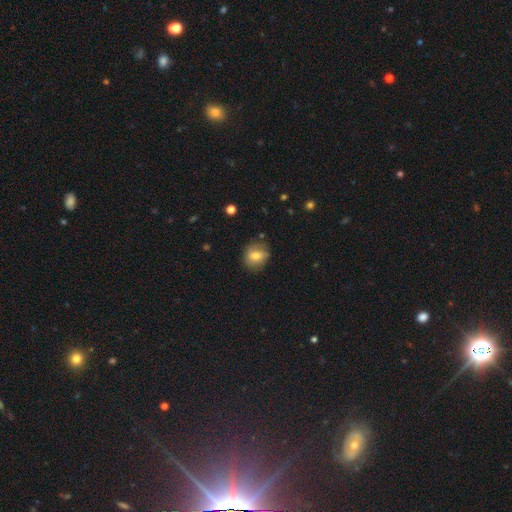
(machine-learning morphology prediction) This appears to be a smooth galaxy with no disk features (70%) that is round (66%). Merging: none (76%).